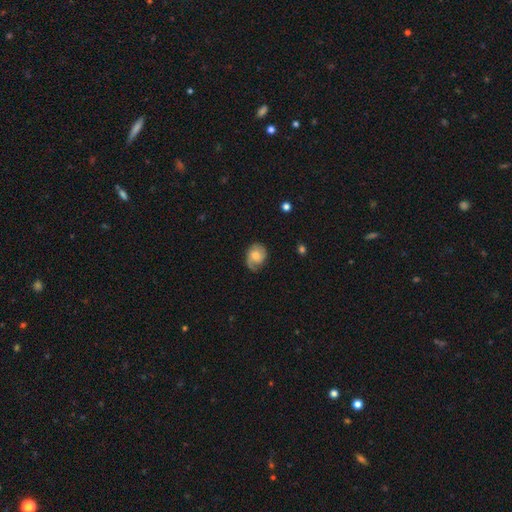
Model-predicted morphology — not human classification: A featured or disk galaxy (58%) with no bar (66%), 2 (56%) medium (40%) spiral arms (89%) and a moderate central bulge (60%).

Vote fractions:
- Smooth or featured? featured or disk: 58% / smooth: 35% / star or artifact: 7%
- Edge-on disk? no: 97% / yes: 3%
- Bar? no: 66% / weak: 30% / strong: 5%
- Spiral arms? yes: 89% / no: 11%
- Spiral winding? medium: 40% / tight: 38% / loose: 22%
- Spiral arm count? 2: 56% / 1: 28% / can't tell: 11% / 3: 2% / 4: 1% / more than 4: 1%
- Bulge size? moderate: 60% / small: 33% / large: 4% / none: 2% / dominant: 1%
- Merging? none: 65% / minor disturbance: 24% / major disturbance: 9% / merger: 1%